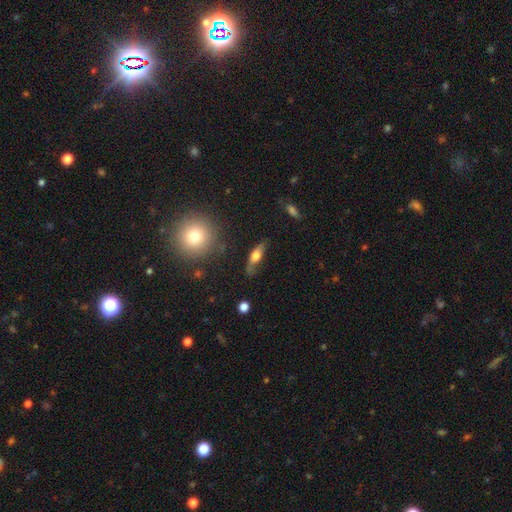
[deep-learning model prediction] smooth-or-featured: smooth: 50% | featured or disk: 42% | star or artifact: 9%
  merging: none: 65% | minor disturbance: 23% | major disturbance: 9% | merger: 3%